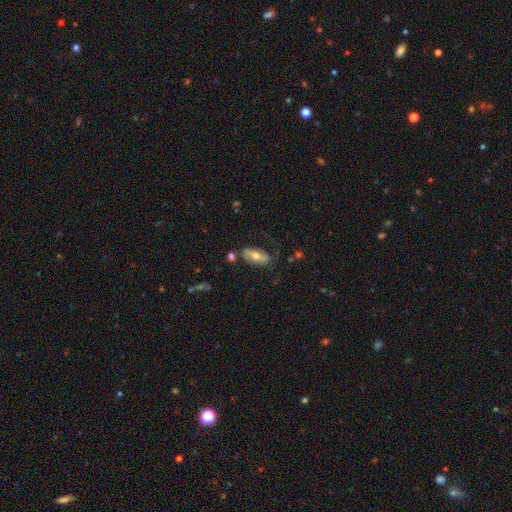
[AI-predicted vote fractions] A featured or disk galaxy (48%).

Vote fractions:
- Smooth or featured? featured or disk: 48% / smooth: 45% / star or artifact: 7%
- Merging? none: 55% / minor disturbance: 23% / major disturbance: 18% / merger: 5%